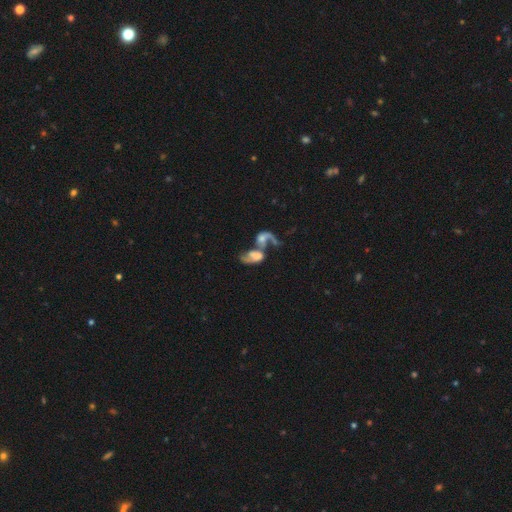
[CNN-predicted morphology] This appears to be a featured or disk galaxy (60%) with no bar (63%), spiral arms (71%) and no central bulge (30%). Merging: merger (75%).